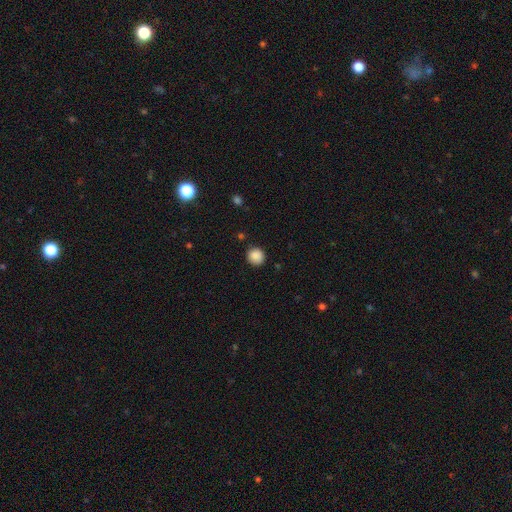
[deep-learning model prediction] This is clearly a smooth galaxy (88%). How rounded: clearly round (90%). Merging: clearly none (88%).